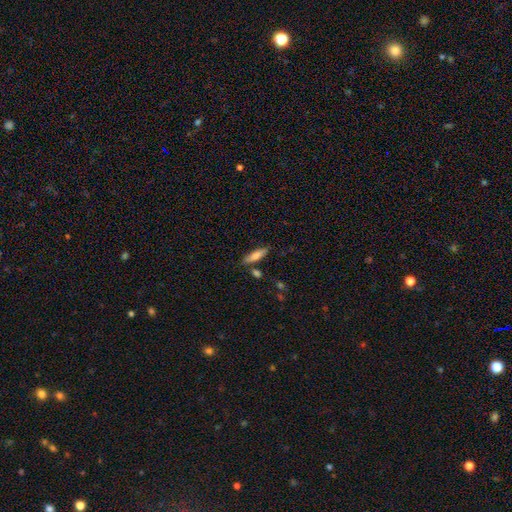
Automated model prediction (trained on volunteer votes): Smooth or featured?
  - smooth: 77% *
  - featured or disk: 17%
  - star or artifact: 6%
How rounded?
  - cigar-shaped: 64% *
  - in between: 34%
  - round: 2%
Merging?
  - none: 78% *
  - minor disturbance: 13%
  - merger: 7%
  - major disturbance: 3%